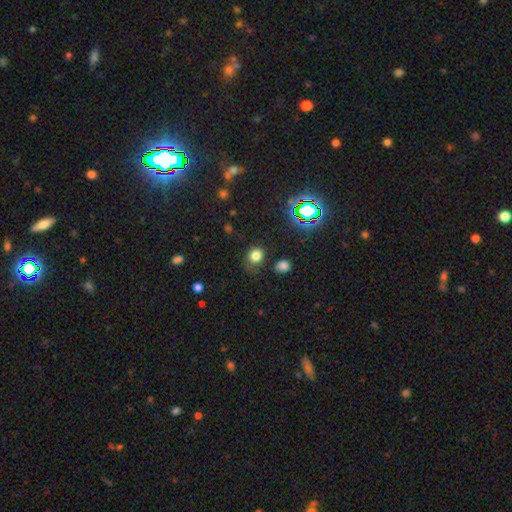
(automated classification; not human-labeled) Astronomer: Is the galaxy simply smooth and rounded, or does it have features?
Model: smooth — 76%.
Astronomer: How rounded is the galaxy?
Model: round — 70%.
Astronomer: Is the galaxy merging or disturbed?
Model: none — 67%.